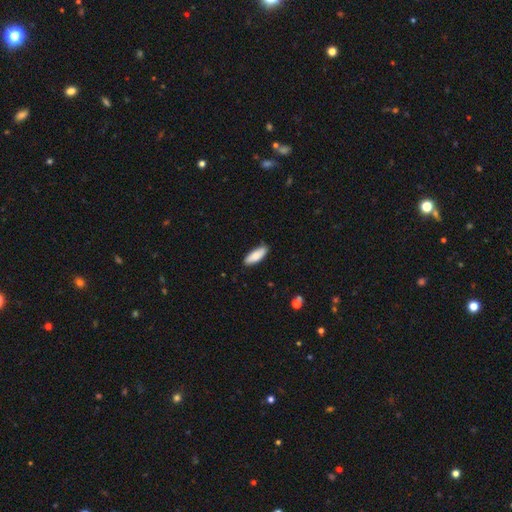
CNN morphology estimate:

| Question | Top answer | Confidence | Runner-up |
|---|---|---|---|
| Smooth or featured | smooth | 86% | featured or disk (8%) |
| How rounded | in between | 69% | cigar-shaped (29%) |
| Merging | none | 84% | minor disturbance (13%) |